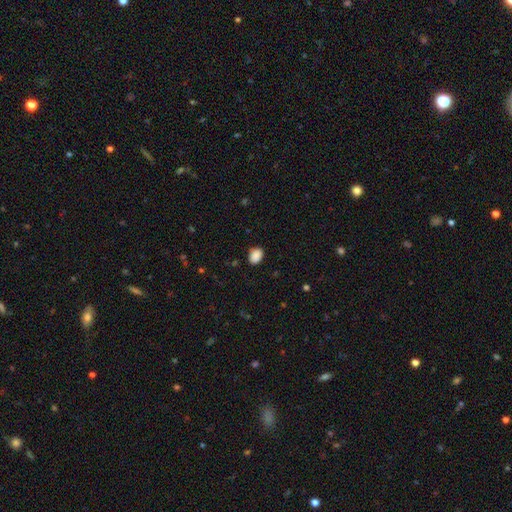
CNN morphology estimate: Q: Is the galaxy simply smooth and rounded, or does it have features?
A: smooth — 89%.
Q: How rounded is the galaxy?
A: in between — 69%.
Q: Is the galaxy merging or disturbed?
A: none — 86%.